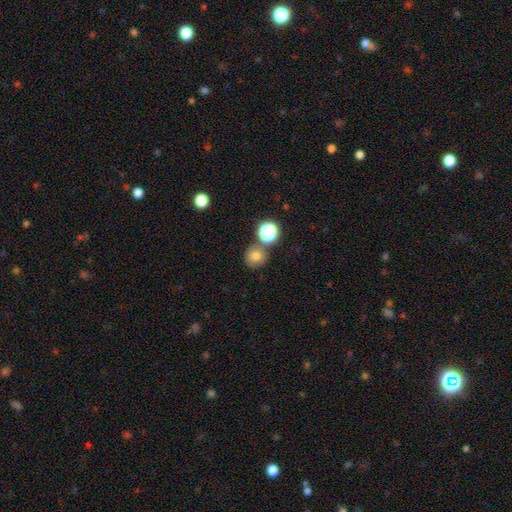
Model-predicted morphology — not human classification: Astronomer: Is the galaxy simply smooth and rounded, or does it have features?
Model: smooth — 74%.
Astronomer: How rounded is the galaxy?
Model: round — 89%.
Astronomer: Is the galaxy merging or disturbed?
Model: none — 69%.